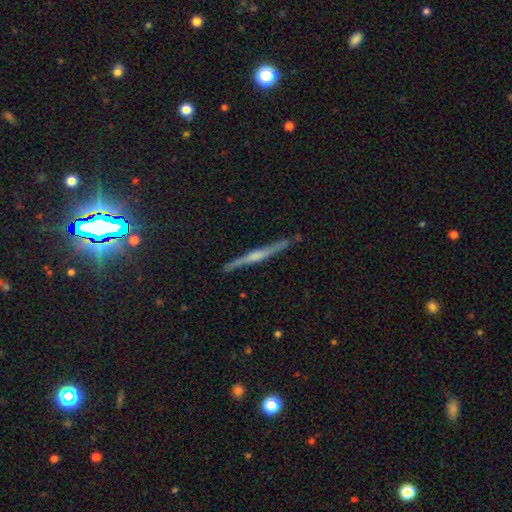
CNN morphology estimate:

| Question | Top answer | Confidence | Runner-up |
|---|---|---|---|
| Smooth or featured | featured or disk | 73% | smooth (18%) |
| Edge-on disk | yes | 97% | no (3%) |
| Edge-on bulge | rounded | 60% | none (22%) |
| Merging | none | 89% | minor disturbance (8%) |